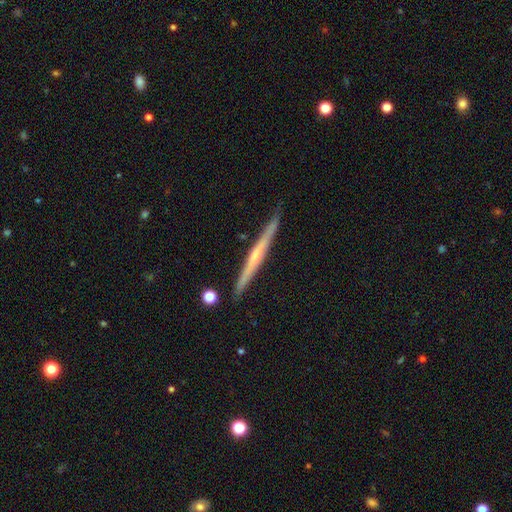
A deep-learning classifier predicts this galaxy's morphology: Overall: featured or disk (70%). Edge-on disk: yes (98%). Edge-on bulge: rounded (51%; none 43%). Merging: none (87%).